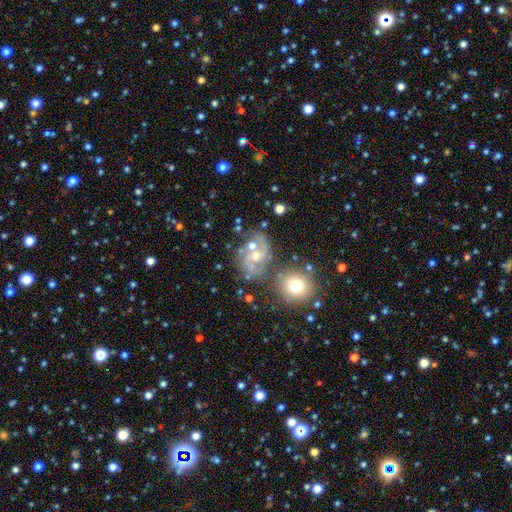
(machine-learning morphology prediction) Smooth or featured: featured or disk — 78% (star or artifact — 12%)
Edge-on disk: no — 97% (yes — 3%)
Bar: no — 48% (weak — 40%)
Spiral arms: yes — 94% (no — 6%)
Spiral winding: medium — 51% (tight — 28%)
Spiral arm count: 2 — 69% (can't tell — 11%)
Bulge size: moderate — 51% (small — 43%)
Merging: none — 62% (minor disturbance — 16%)